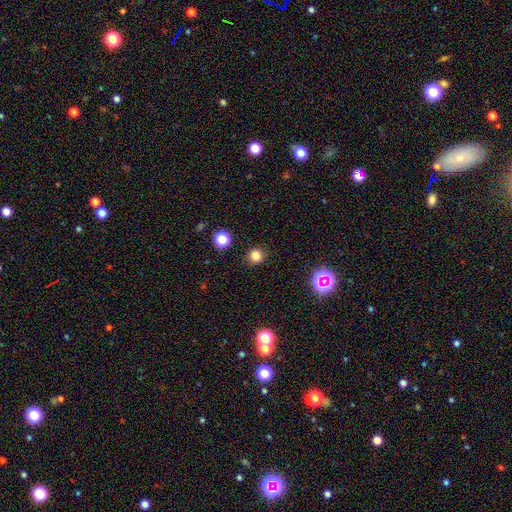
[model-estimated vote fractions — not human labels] This is likely a smooth galaxy (80%). How rounded: clearly round (93%). Merging: clearly none (92%).